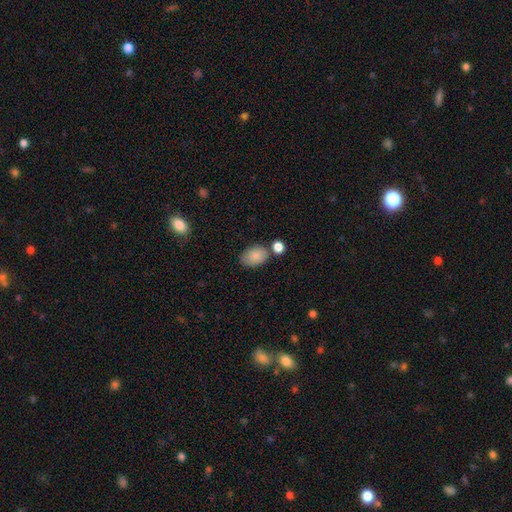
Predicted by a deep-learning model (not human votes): Q: Smooth or featured?
A: smooth (86%); runner-up: star or artifact (7%)
Q: How rounded?
A: in between (85%); runner-up: round (14%)
Q: Merging?
A: none (66%); runner-up: minor disturbance (17%)